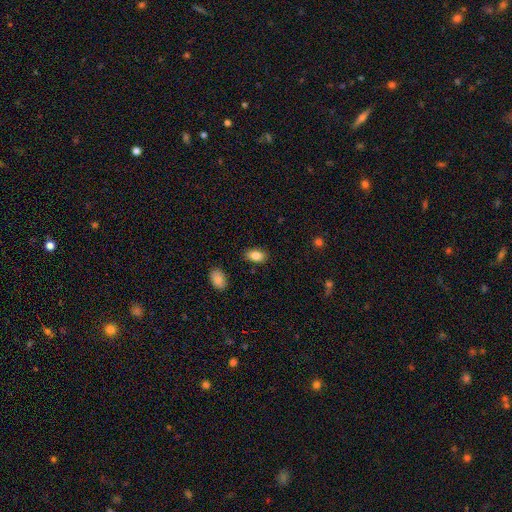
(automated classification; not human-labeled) Smooth or featured? smooth (86%)
How rounded? in between (91%)
Merging? none (87%)